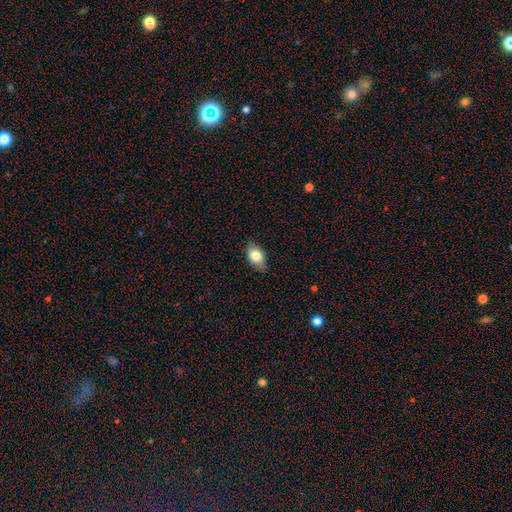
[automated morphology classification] This appears to be a smooth galaxy with no disk features (80%) that is in between round and cigar-shaped (89%). Merging: none (82%).